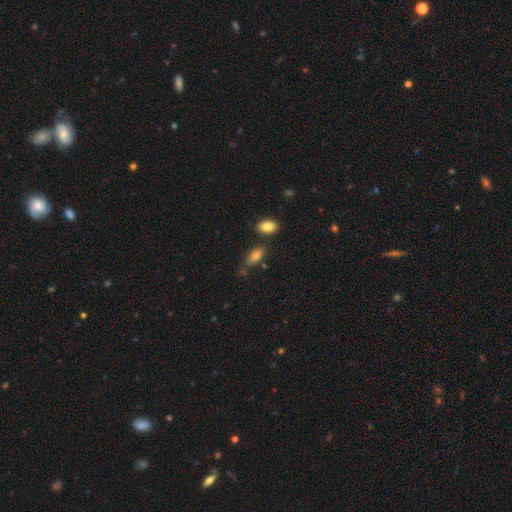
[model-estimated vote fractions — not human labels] Q: Smooth or featured?
A: smooth (83%); runner-up: featured or disk (9%)
Q: How rounded?
A: in between (86%); runner-up: cigar-shaped (10%)
Q: Merging?
A: none (66%); runner-up: minor disturbance (17%)